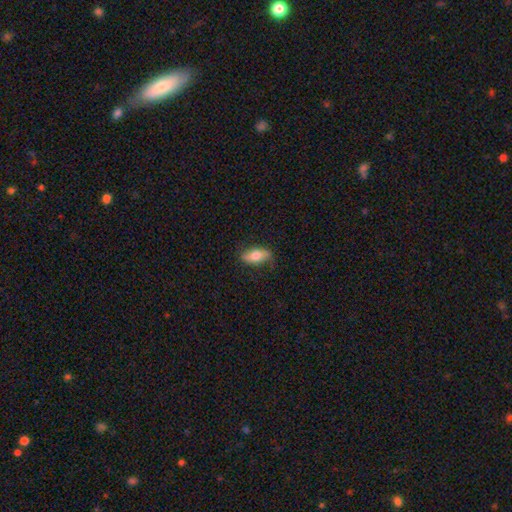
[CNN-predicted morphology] smooth_or_featured: smooth (p=0.67) [alt: featured or disk p=0.26]
how_rounded: in between (p=0.80) [alt: cigar-shaped p=0.16]
merging: none (p=0.78) [alt: minor disturbance p=0.17]